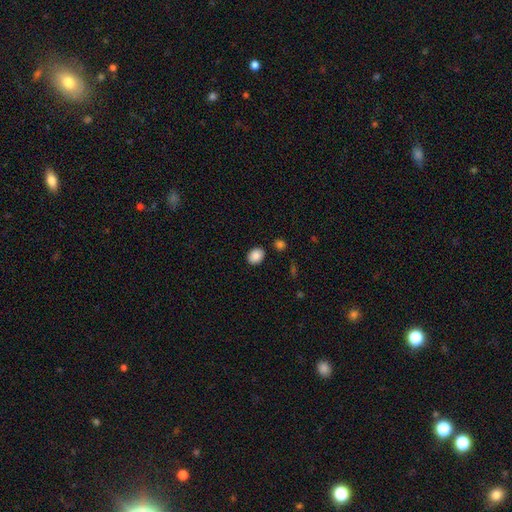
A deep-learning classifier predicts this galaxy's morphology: Smooth or featured? Predicted: smooth (p=0.87). How rounded? Predicted: in between (p=0.58). Merging? Predicted: none (p=0.86).